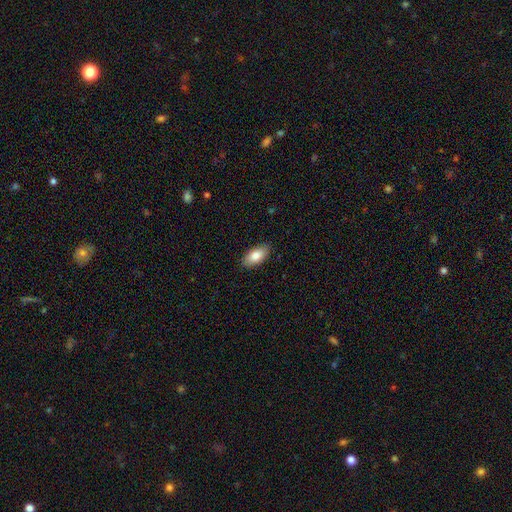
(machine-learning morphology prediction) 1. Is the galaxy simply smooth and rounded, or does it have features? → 83% smooth, 11% featured or disk, 6% star or artifact.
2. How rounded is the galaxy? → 92% in between, 5% cigar-shaped, 3% round.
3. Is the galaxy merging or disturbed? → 87% none, 10% minor disturbance, 2% major disturbance, 1% merger.